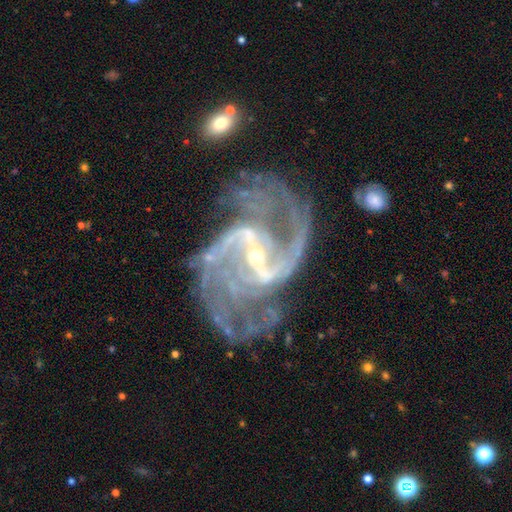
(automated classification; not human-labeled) A featured or disk galaxy (93%) with a strong bar (54%), 2 (64%) medium (46%) spiral arms (98%) and a small central bulge (82%). Merging: none (58%).